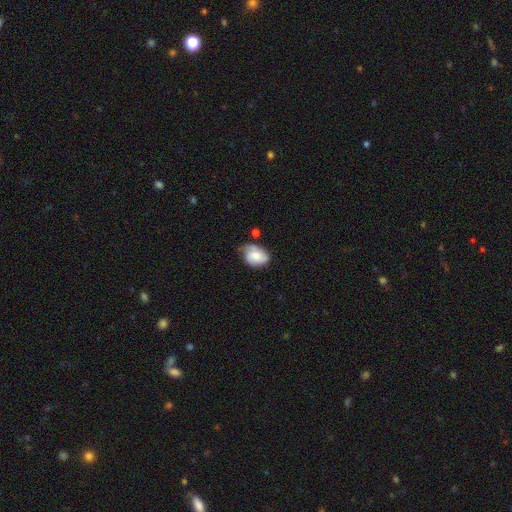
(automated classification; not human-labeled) smooth-or-featured: smooth: 59% | featured or disk: 33% | star or artifact: 8%
  how-rounded: in between: 71% | round: 28% | cigar-shaped: 1%
  merging: none: 48% | minor disturbance: 36% | major disturbance: 11% | merger: 5%